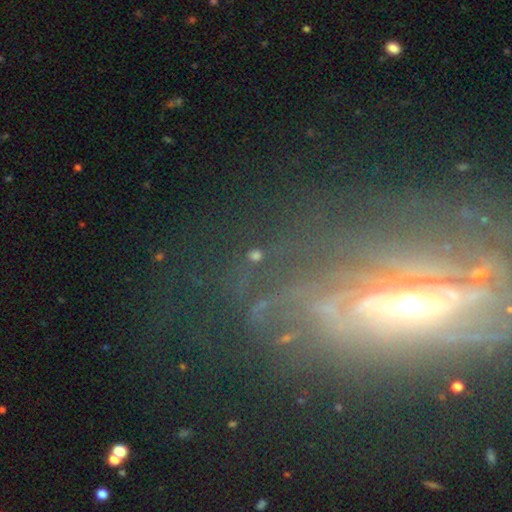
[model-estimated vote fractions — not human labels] A star or artifact, not a galaxy (49%).